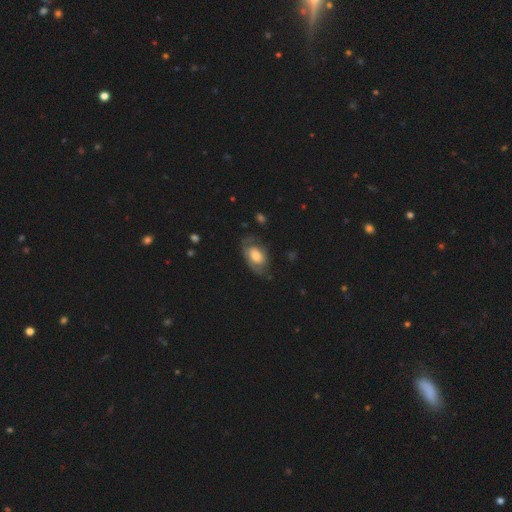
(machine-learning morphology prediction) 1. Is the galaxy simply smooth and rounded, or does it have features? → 50% featured or disk, 44% smooth, 6% star or artifact.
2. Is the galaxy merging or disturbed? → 59% none, 25% minor disturbance, 14% major disturbance, 2% merger.